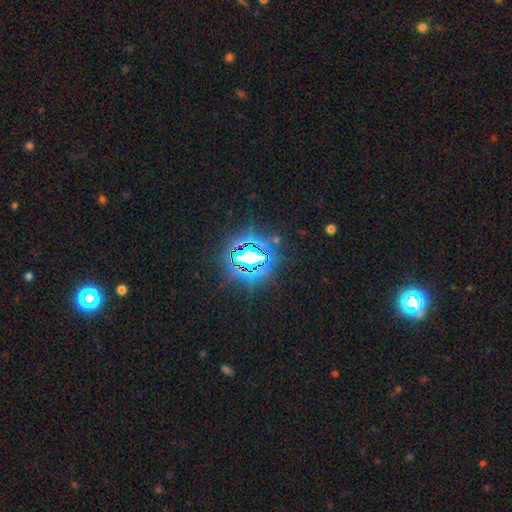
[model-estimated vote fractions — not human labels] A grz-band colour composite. It shows a star or artifact, not a galaxy (84%).